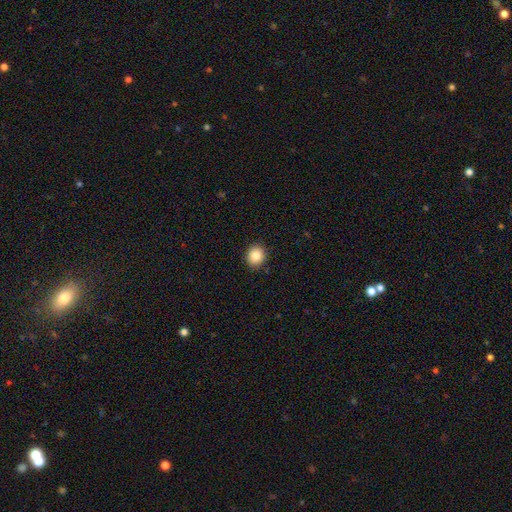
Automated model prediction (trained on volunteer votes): Morphology: type=smooth (84%); roundness=round (80%); merging=none (91%).